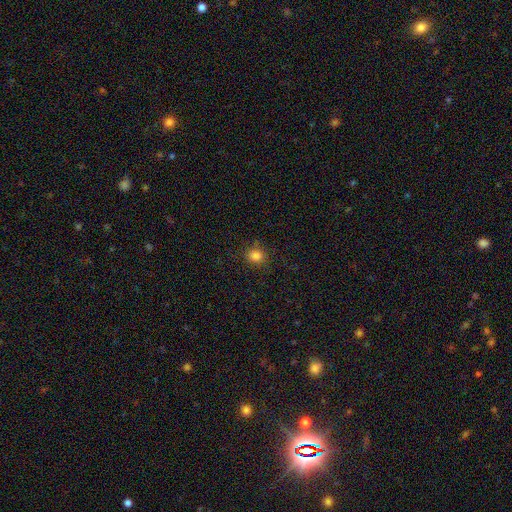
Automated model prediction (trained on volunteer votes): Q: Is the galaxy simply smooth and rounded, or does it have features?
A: smooth — 82%.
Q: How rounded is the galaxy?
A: round — 72%.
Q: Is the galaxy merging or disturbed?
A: none — 83%.